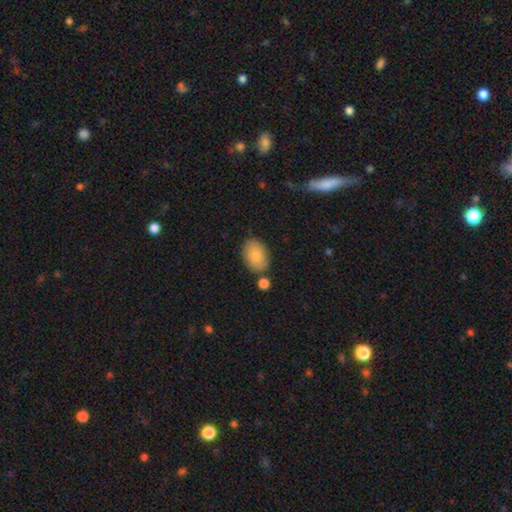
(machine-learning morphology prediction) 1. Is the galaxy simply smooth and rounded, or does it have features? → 79% smooth, 15% featured or disk, 7% star or artifact.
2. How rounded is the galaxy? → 84% in between, 15% round, 1% cigar-shaped.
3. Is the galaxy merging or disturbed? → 76% none, 14% minor disturbance, 7% merger, 3% major disturbance.